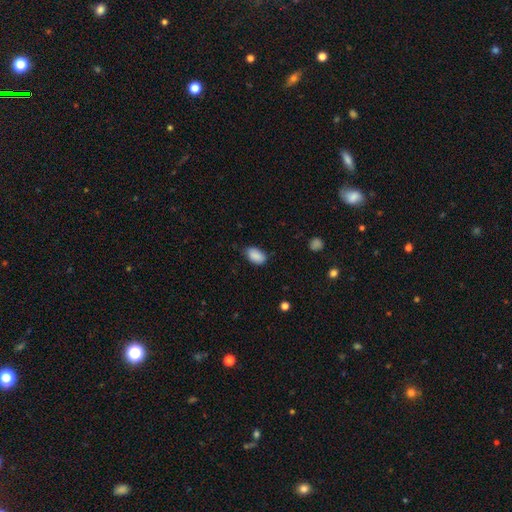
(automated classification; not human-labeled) Overall: smooth (89%). How rounded: in between (92%). Merging: none (74%).